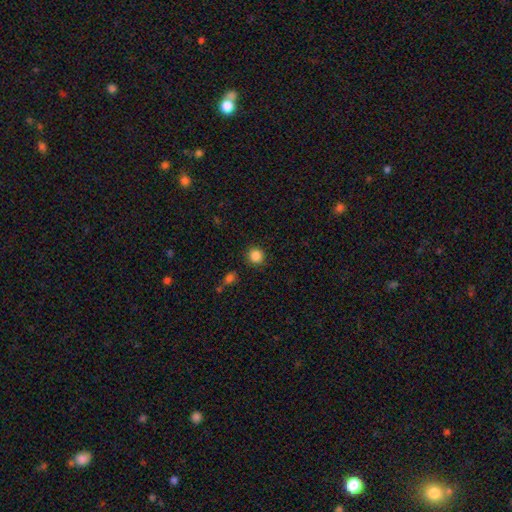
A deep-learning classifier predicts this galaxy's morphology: smooth 86%, star or artifact 11%, featured or disk 3%. Down the decision tree: how rounded — round (91%); merging — none (89%).